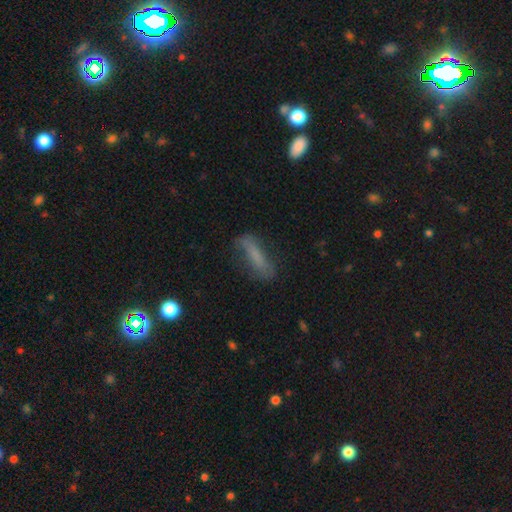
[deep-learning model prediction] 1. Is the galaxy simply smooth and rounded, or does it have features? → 61% smooth, 28% featured or disk, 11% star or artifact.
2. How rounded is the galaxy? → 70% cigar-shaped, 27% in between, 3% round.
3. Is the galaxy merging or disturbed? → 62% none, 24% minor disturbance, 12% major disturbance, 3% merger.